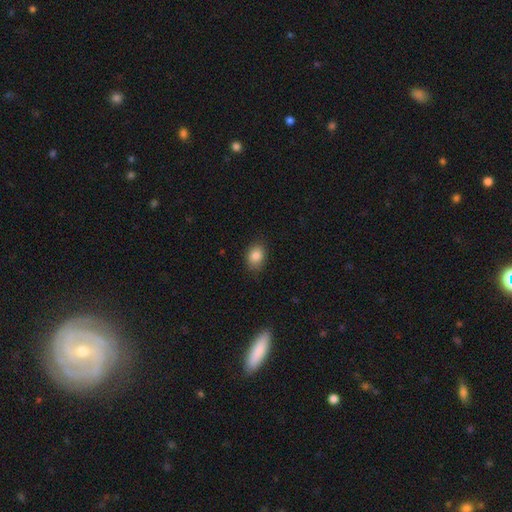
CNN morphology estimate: Smooth or featured? smooth (86%)
How rounded? in between (65%)
Merging? none (82%)